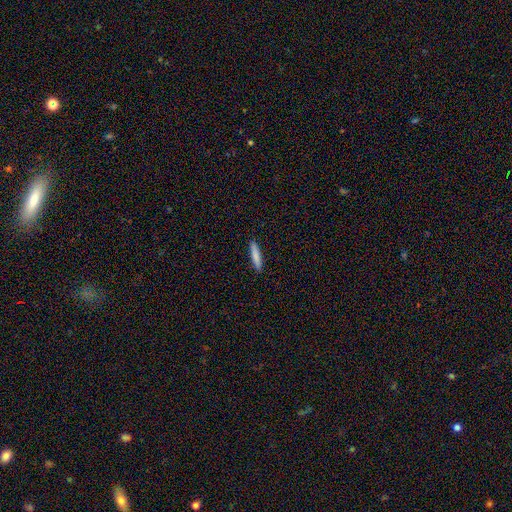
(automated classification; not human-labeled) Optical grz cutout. It shows a smooth galaxy with no disk features (82%) that is cigar-shaped (91%). Merging: none (91%).